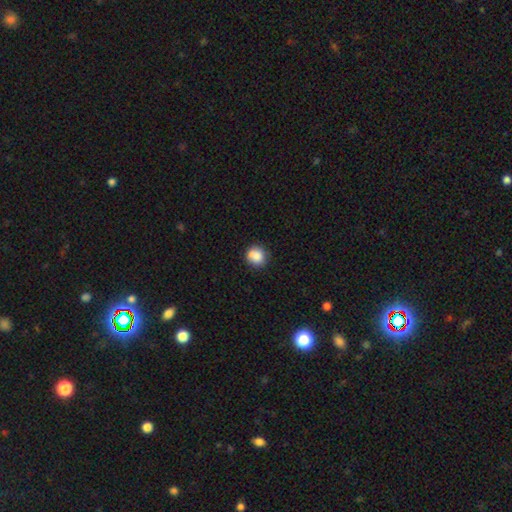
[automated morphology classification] A smooth galaxy with no disk features (84%) that is round (88%). Merging: none (74%).